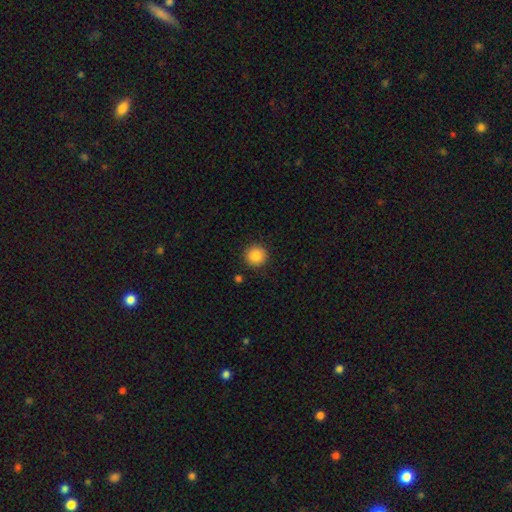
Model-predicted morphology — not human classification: This is clearly a smooth galaxy (87%). How rounded: clearly round (95%). Merging: clearly none (91%).